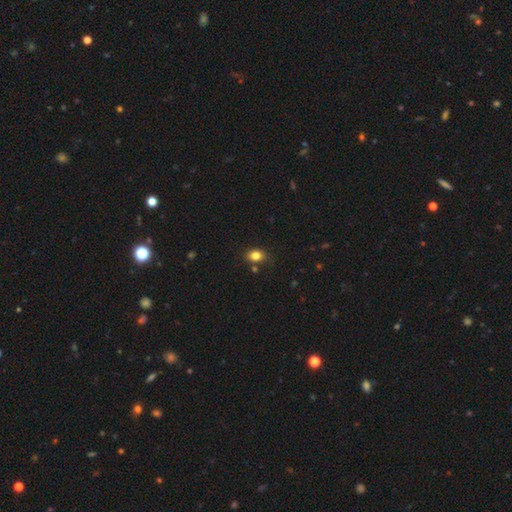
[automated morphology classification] A smooth galaxy with no disk features (82%) that is in between round and cigar-shaped (61%).

Vote fractions:
- Smooth or featured? smooth: 82% / star or artifact: 11% / featured or disk: 7%
- How rounded? in between: 61% / round: 38% / cigar-shaped: 1%
- Merging? none: 80% / minor disturbance: 13% / merger: 5% / major disturbance: 3%